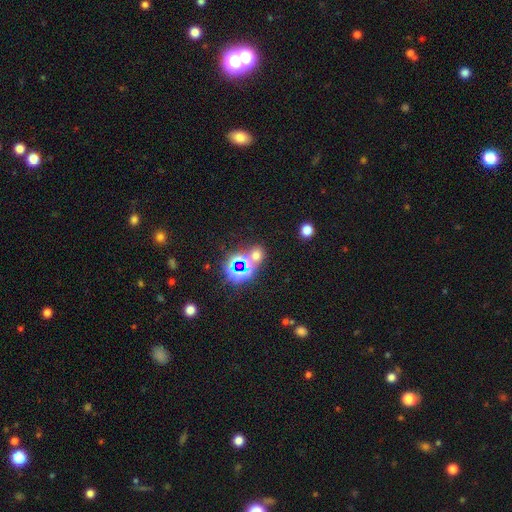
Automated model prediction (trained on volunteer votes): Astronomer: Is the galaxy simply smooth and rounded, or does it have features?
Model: star or artifact — 48% (runner-up: smooth, 44%).